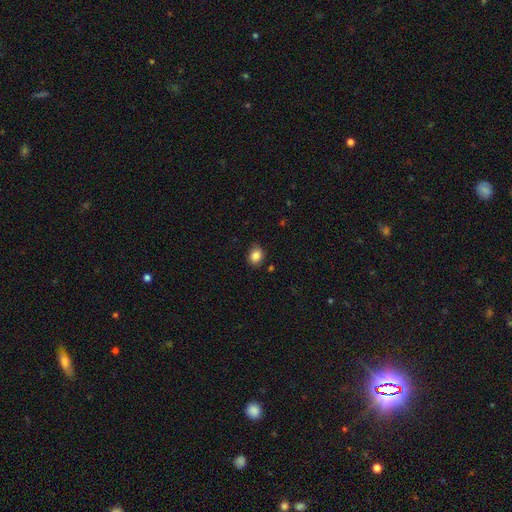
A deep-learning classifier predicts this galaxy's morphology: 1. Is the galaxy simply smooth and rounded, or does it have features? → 86% smooth, 9% star or artifact, 5% featured or disk.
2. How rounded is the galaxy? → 51% in between, 48% round, 1% cigar-shaped.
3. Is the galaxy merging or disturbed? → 82% none, 14% minor disturbance, 3% major disturbance, 2% merger.